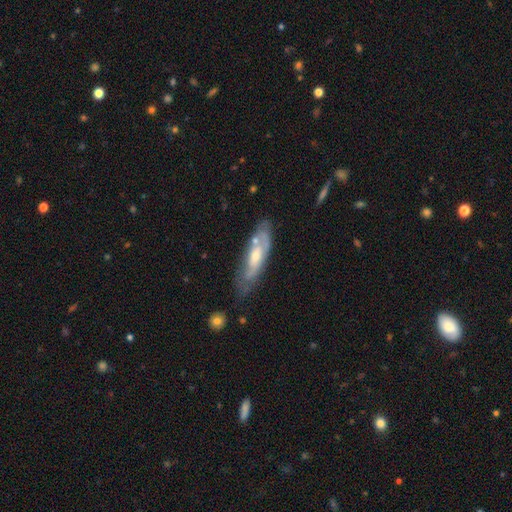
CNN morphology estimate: A featured or disk galaxy (60%). Merging: none (60%).